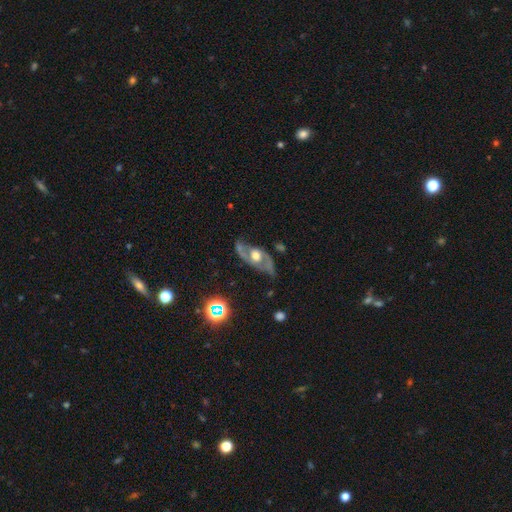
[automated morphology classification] Q: Smooth or featured?
A: featured or disk (78%); runner-up: smooth (15%)
Q: Edge-on disk?
A: no (85%); runner-up: yes (15%)
Q: Bar?
A: no (71%); runner-up: weak (22%)
Q: Spiral arms?
A: yes (76%); runner-up: no (24%)
Q: Spiral winding?
A: medium (43%); runner-up: loose (39%)
Q: Spiral arm count?
A: 2 (85%); runner-up: can't tell (8%)
Q: Bulge size?
A: moderate (65%); runner-up: large (24%)
Q: Merging?
A: none (64%); runner-up: minor disturbance (22%)